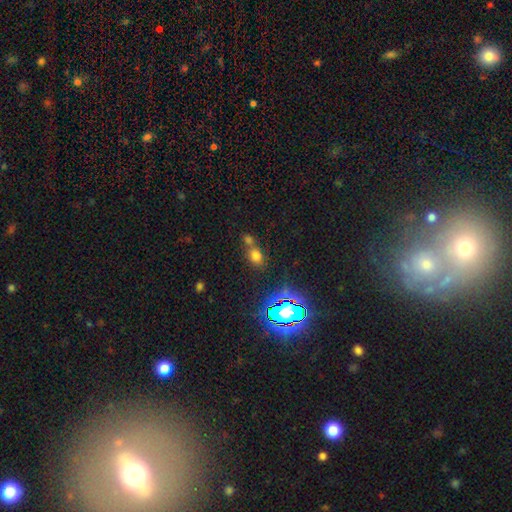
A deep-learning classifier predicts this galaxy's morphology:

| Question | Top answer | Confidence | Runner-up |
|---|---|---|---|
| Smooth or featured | smooth | 65% | star or artifact (27%) |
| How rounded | in between | 56% | round (41%) |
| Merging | none | 47% | merger (39%) |